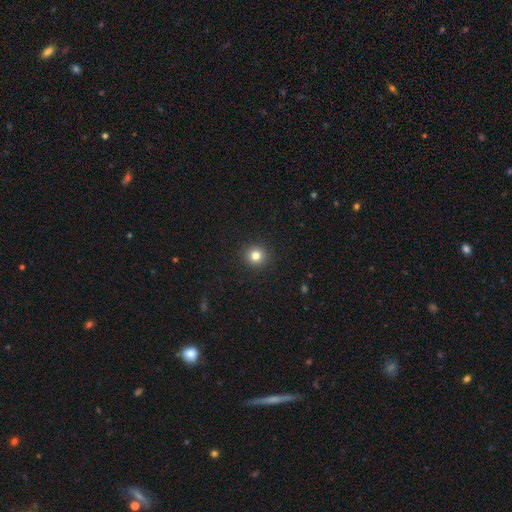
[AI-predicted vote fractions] smooth 82%, star or artifact 12%, featured or disk 6%. Down the decision tree: how rounded — round (93%); merging — none (93%).